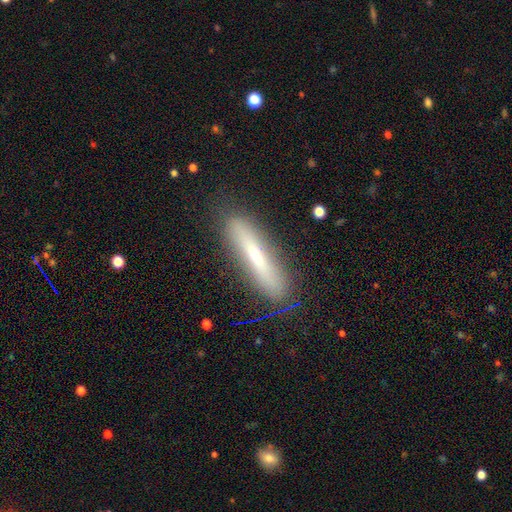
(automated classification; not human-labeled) smooth_or_featured: smooth (p=0.47) [alt: featured or disk p=0.45]
merging: none (p=0.81) [alt: minor disturbance p=0.13]